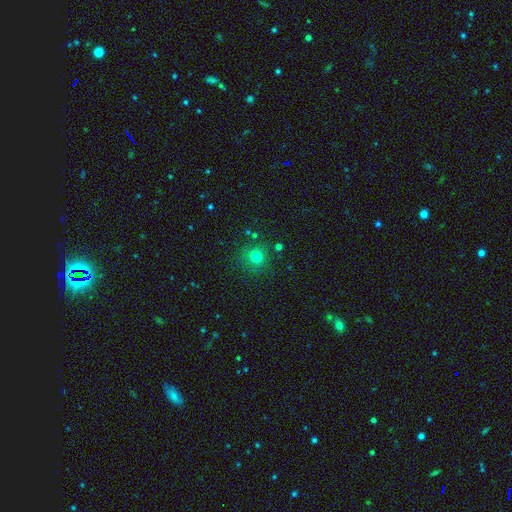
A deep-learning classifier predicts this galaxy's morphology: Smooth or featured? smooth (74%)
How rounded? round (76%)
Merging? none (75%)